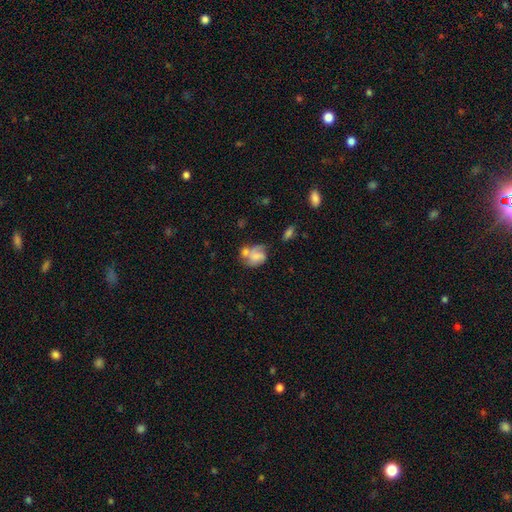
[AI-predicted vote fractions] Smooth or featured: smooth — 53% (featured or disk — 38%)
How rounded: in between — 63% (round — 36%)
Merging: merger — 34% (none — 29%)